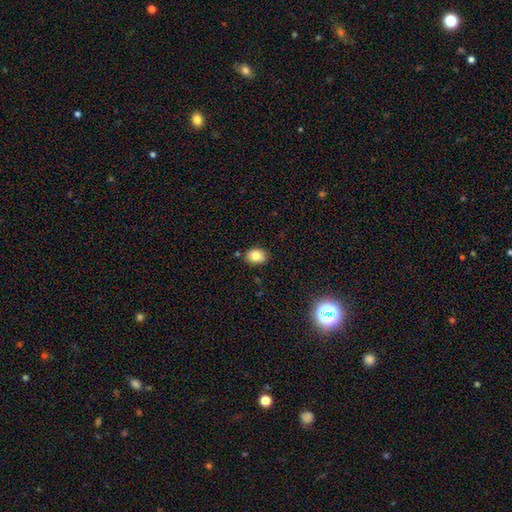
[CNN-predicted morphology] A smooth galaxy with no disk features (81%) that is in between round and cigar-shaped (66%). Merging: none (83%).